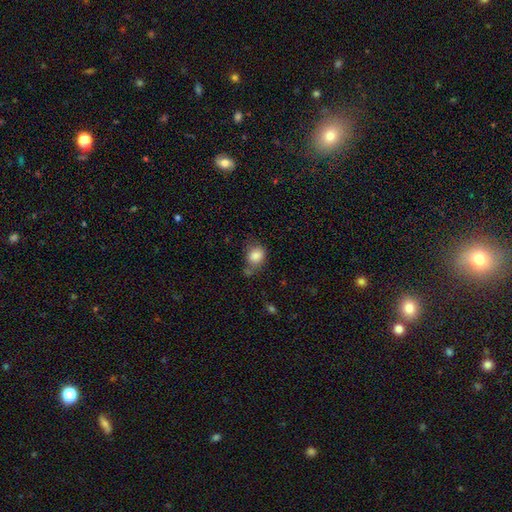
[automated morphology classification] Smooth or featured? Predicted: smooth (p=0.85). How rounded? Predicted: round (p=0.54). Merging? Predicted: none (p=0.49).